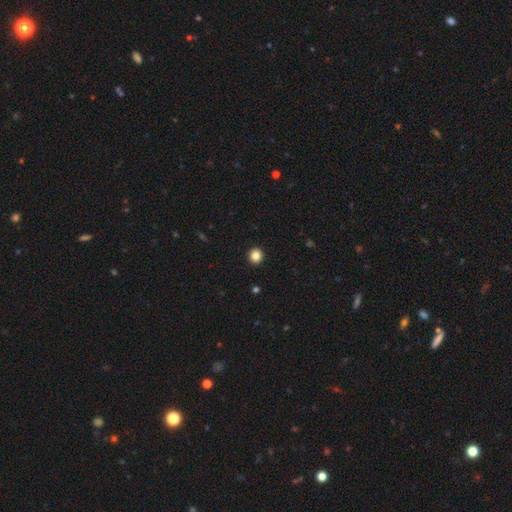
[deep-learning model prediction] Q: Smooth or featured?
A: smooth (85%); runner-up: star or artifact (11%)
Q: How rounded?
A: round (92%); runner-up: in between (7%)
Q: Merging?
A: none (94%); runner-up: minor disturbance (4%)